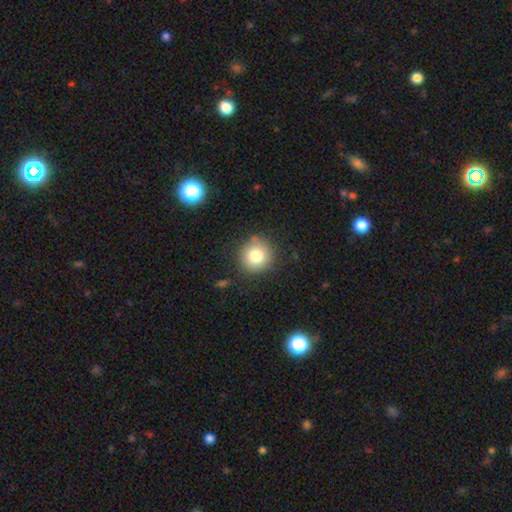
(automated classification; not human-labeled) A smooth galaxy with no disk features (80%) that is round (92%). Merging: none (83%).